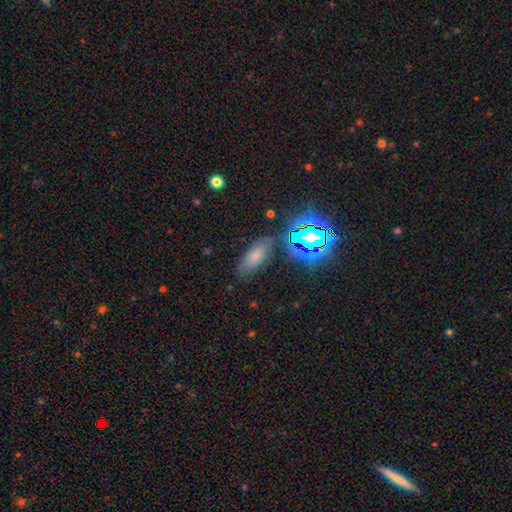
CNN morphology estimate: This is likely a smooth galaxy (64%). How rounded: likely in between (79%). Merging: likely none (78%).